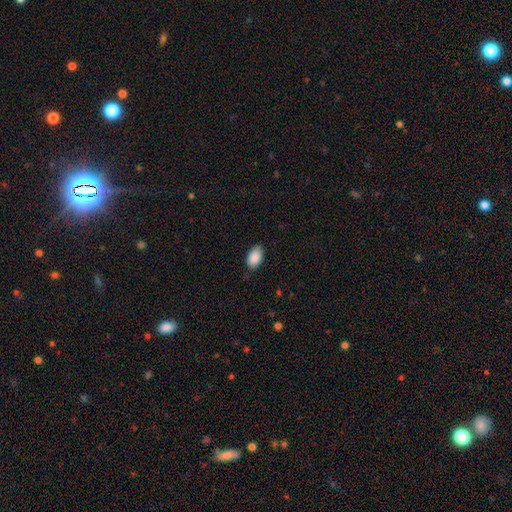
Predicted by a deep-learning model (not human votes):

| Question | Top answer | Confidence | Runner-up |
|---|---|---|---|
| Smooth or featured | smooth | 90% | star or artifact (6%) |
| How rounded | in between | 94% | round (5%) |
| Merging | none | 82% | minor disturbance (15%) |